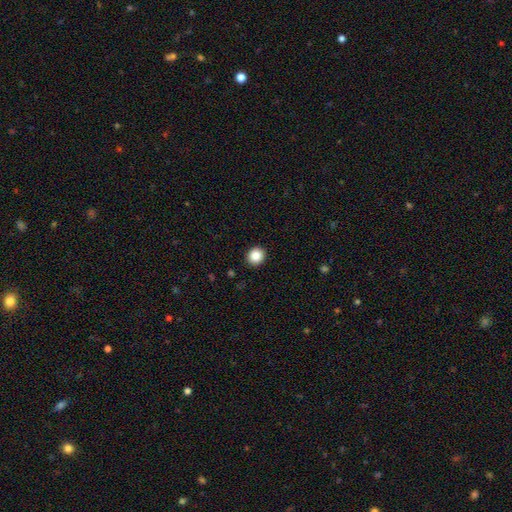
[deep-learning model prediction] smooth_or_featured: smooth (p=0.87) [alt: star or artifact p=0.09]
how_rounded: round (p=0.90) [alt: in between p=0.09]
merging: none (p=0.93) [alt: minor disturbance p=0.05]